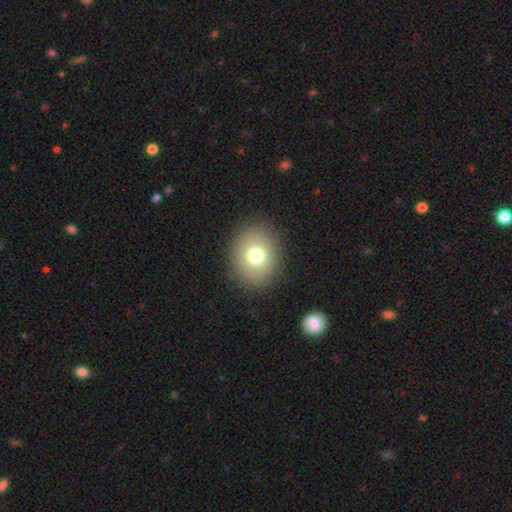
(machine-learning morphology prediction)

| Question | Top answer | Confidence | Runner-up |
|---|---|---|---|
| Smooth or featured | smooth | 75% | featured or disk (14%) |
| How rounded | round | 56% | in between (43%) |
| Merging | none | 87% | minor disturbance (8%) |